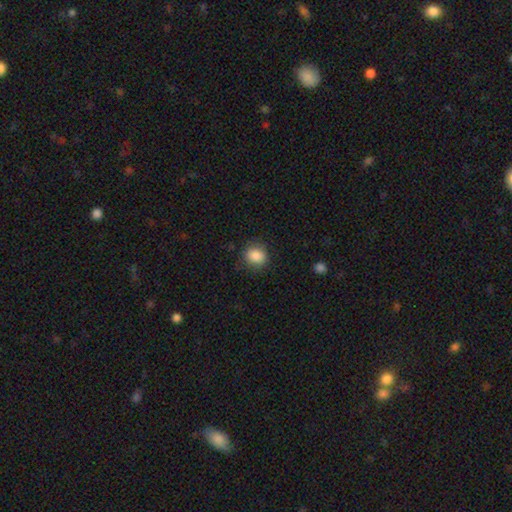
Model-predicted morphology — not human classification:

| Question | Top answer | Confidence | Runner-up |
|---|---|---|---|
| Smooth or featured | smooth | 87% | star or artifact (9%) |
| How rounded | round | 64% | in between (35%) |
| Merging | none | 83% | minor disturbance (12%) |